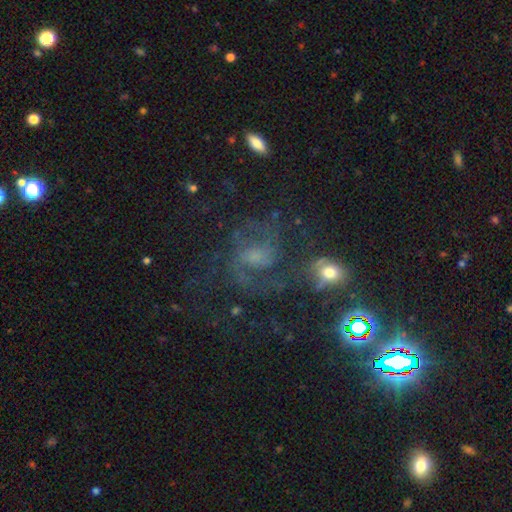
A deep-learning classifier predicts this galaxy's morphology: Smooth or featured: featured or disk — 67% (star or artifact — 18%)
Edge-on disk: no — 97% (yes — 3%)
Bar: no — 52% (weak — 39%)
Spiral arms: yes — 87% (no — 13%)
Spiral winding: medium — 52% (tight — 25%)
Spiral arm count: 2 — 48% (can't tell — 24%)
Bulge size: small — 40% (moderate — 33%)
Merging: none — 55% (major disturbance — 23%)